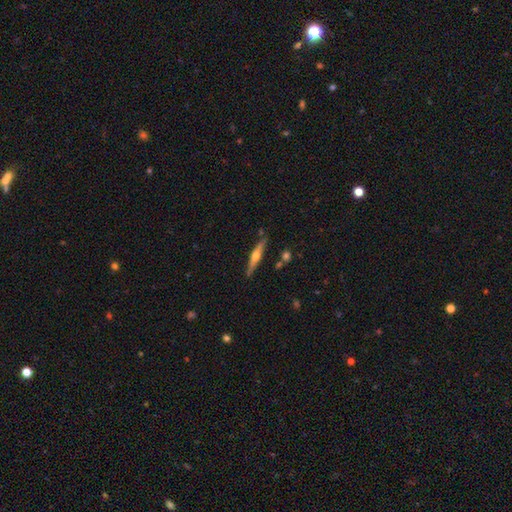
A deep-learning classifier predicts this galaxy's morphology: A featured or disk galaxy (62%) viewed edge-on (96%) with a rounded central bulge (91%).

Vote fractions:
- Smooth or featured? featured or disk: 62% / smooth: 32% / star or artifact: 6%
- Edge-on disk? yes: 96% / no: 4%
- Edge-on bulge? rounded: 91% / none: 6% / boxy: 3%
- Merging? none: 83% / minor disturbance: 11% / merger: 4% / major disturbance: 2%